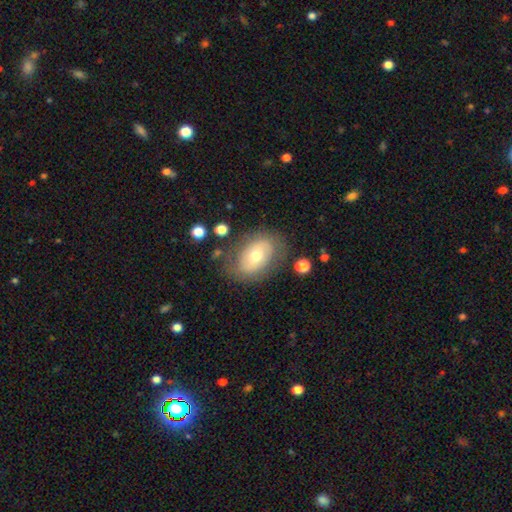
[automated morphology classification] smooth 47%, featured or disk 46%, star or artifact 8%. Down the decision tree: merging — none (74%).